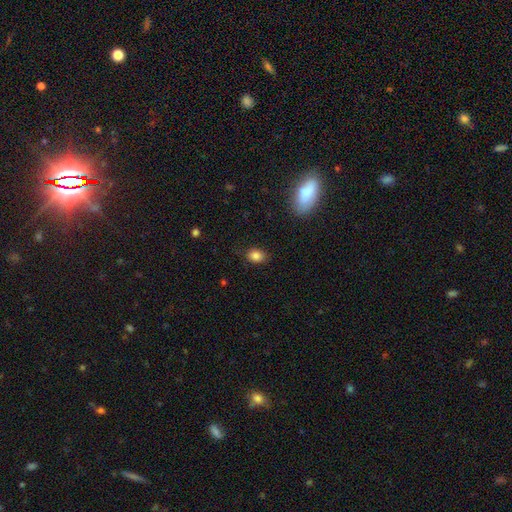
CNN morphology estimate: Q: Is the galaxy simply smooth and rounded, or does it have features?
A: smooth — 85%.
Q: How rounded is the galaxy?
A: in between — 67%.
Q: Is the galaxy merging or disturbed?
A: none — 84%.